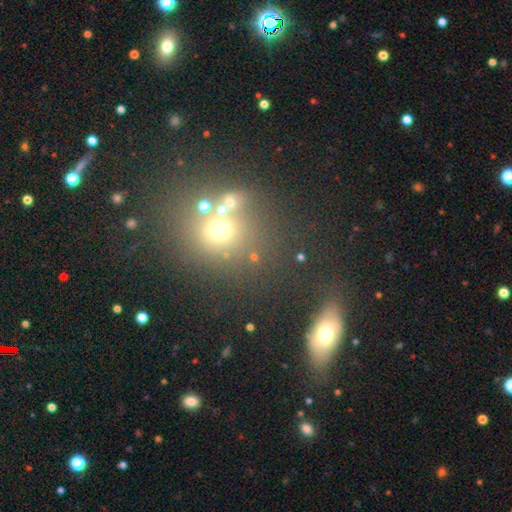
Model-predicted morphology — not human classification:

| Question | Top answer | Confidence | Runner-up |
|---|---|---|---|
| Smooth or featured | smooth | 51% | star or artifact (32%) |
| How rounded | round | 66% | in between (32%) |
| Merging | none | 55% | merger (27%) |